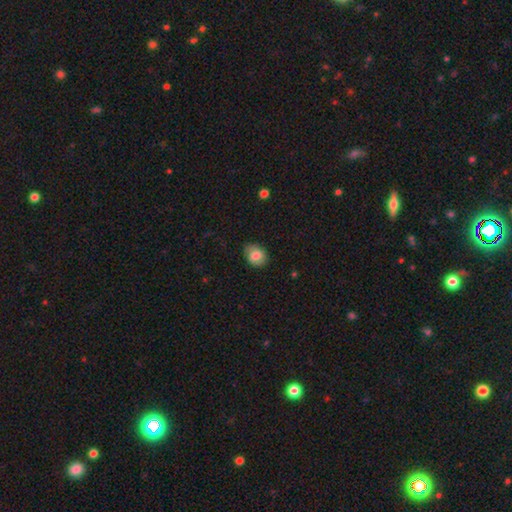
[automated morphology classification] Smooth or featured? smooth (81%)
How rounded? in between (56%)
Merging? none (77%)